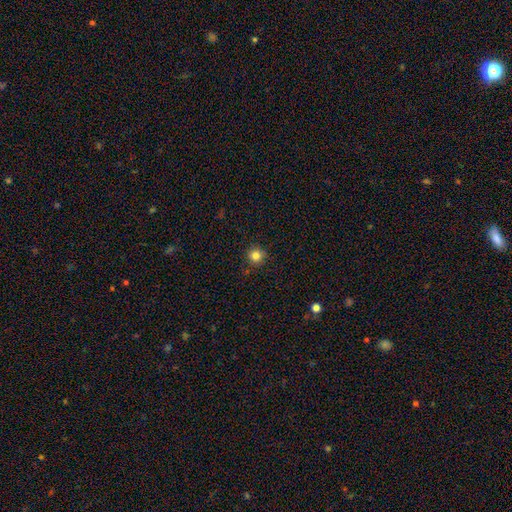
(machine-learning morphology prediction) Smooth or featured: smooth — 83% (star or artifact — 12%)
How rounded: round — 95% (in between — 4%)
Merging: none — 90% (minor disturbance — 7%)